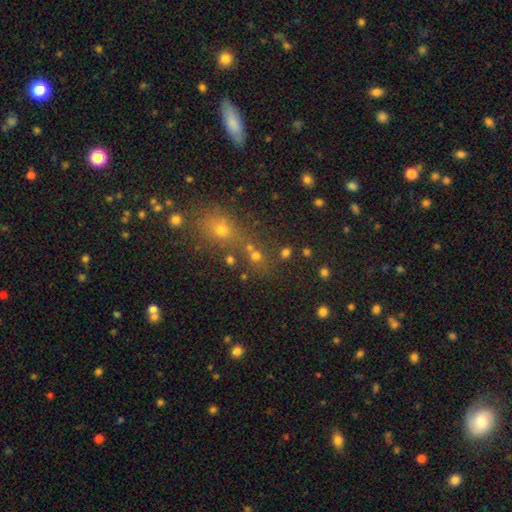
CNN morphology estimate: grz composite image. It shows a smooth galaxy with no disk features (60%) that is round (79%). Merging: none (54%).